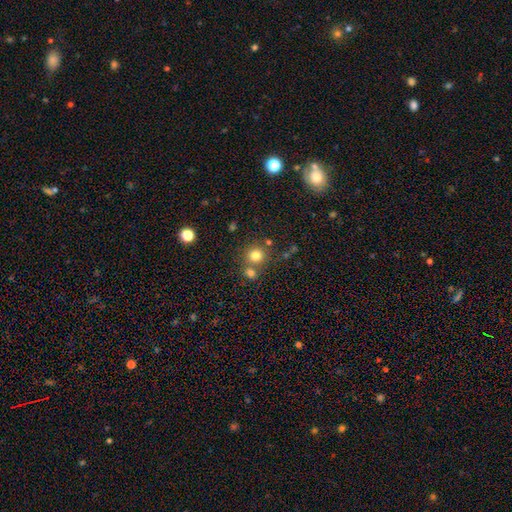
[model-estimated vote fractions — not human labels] Smooth or featured? smooth (78%)
How rounded? round (90%)
Merging? none (65%)